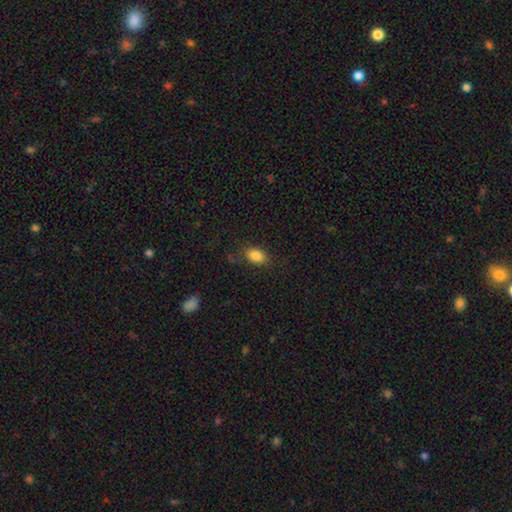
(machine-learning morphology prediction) A smooth galaxy with no disk features (85%) that is in between round and cigar-shaped (83%).

Vote fractions:
- Smooth or featured? smooth: 85% / star or artifact: 10% / featured or disk: 5%
- How rounded? in between: 83% / round: 16% / cigar-shaped: 2%
- Merging? none: 77% / minor disturbance: 15% / major disturbance: 6% / merger: 2%